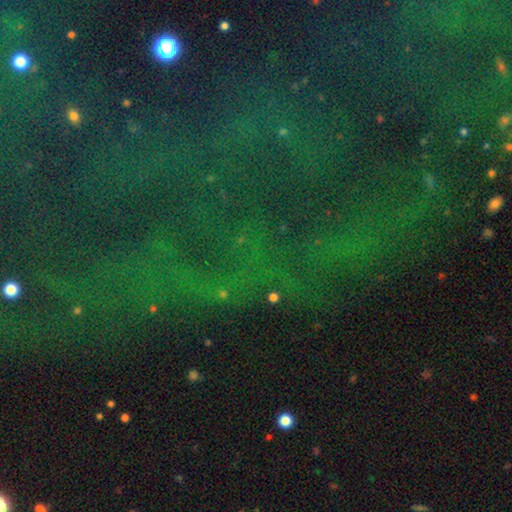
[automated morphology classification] A star or artifact, not a galaxy (78%).

Vote fractions:
- Smooth or featured? star or artifact: 78% / featured or disk: 11% / smooth: 10%